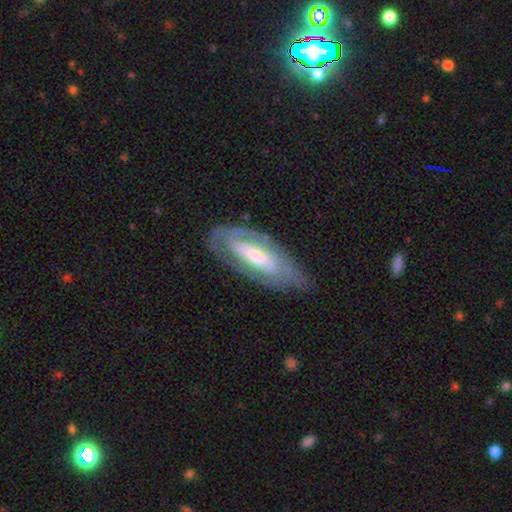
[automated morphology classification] This appears to be a featured or disk galaxy (73%) with no bar (41%), spiral arms (71%) and a moderate central bulge (53%). Merging: none (77%).